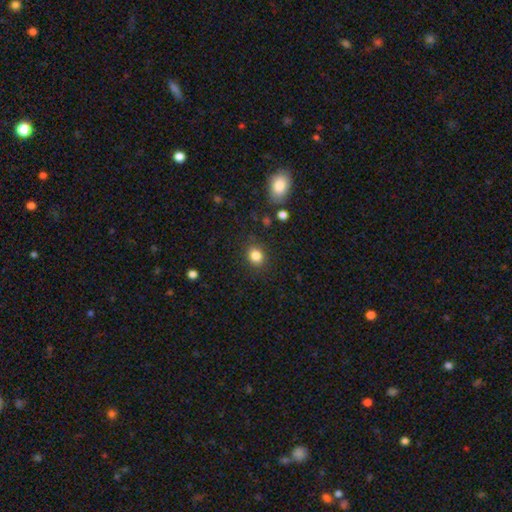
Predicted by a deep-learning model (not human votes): Smooth or featured? Predicted: smooth (p=0.84). How rounded? Predicted: round (p=0.62). Merging? Predicted: none (p=0.86).